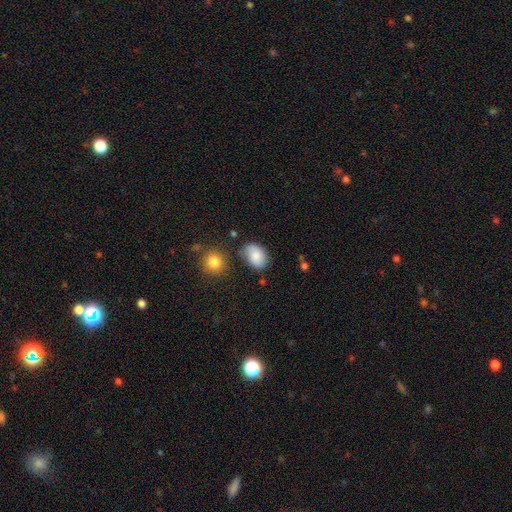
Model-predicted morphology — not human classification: Q: Smooth or featured?
A: smooth (84%); runner-up: featured or disk (8%)
Q: How rounded?
A: in between (78%); runner-up: round (21%)
Q: Merging?
A: none (63%); runner-up: minor disturbance (25%)